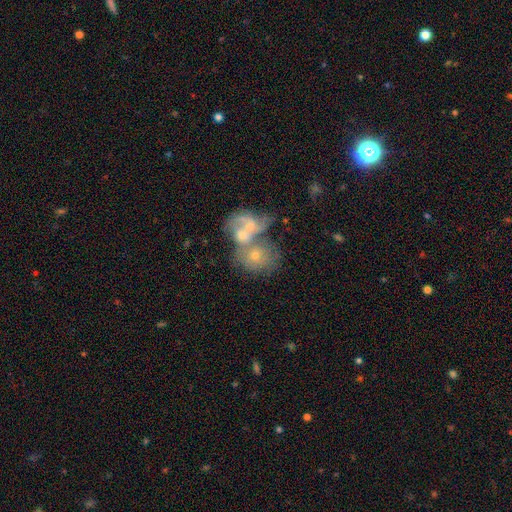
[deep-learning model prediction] Morphology: type=featured or disk (47%); merging=merger (69%).